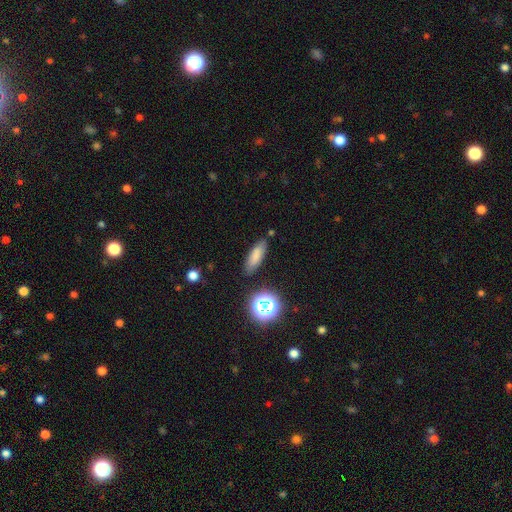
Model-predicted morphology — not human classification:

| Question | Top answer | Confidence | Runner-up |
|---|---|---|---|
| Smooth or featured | smooth | 77% | star or artifact (13%) |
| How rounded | in between | 57% | cigar-shaped (39%) |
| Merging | none | 83% | minor disturbance (12%) |